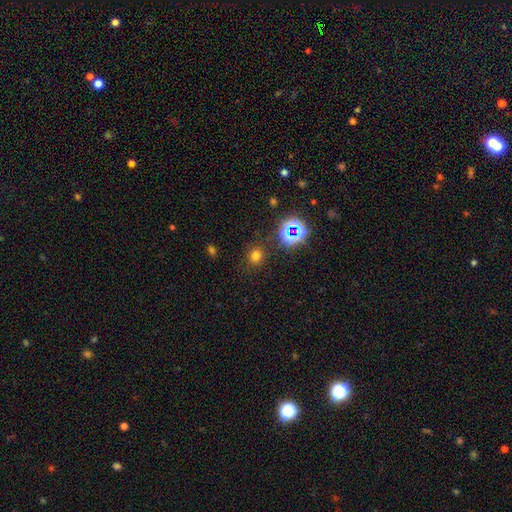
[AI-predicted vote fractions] Overall: smooth (69%). How rounded: round (85%). Merging: none (86%).